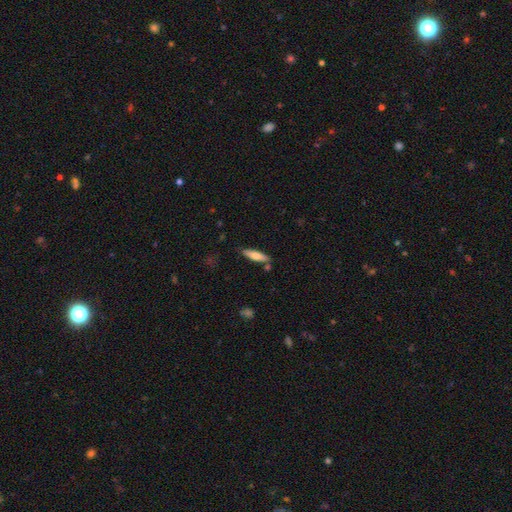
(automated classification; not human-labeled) Overall: smooth (69%). How rounded: cigar-shaped (69%; in between 30%). Merging: none (79%).